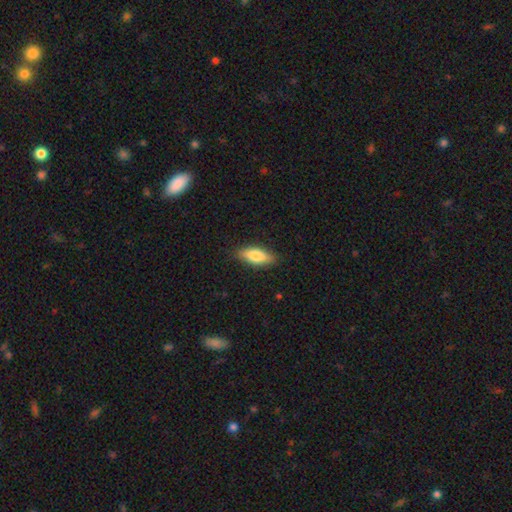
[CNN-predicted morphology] Q: Smooth or featured?
A: smooth (78%); runner-up: featured or disk (16%)
Q: How rounded?
A: in between (71%); runner-up: cigar-shaped (27%)
Q: Merging?
A: none (86%); runner-up: minor disturbance (11%)